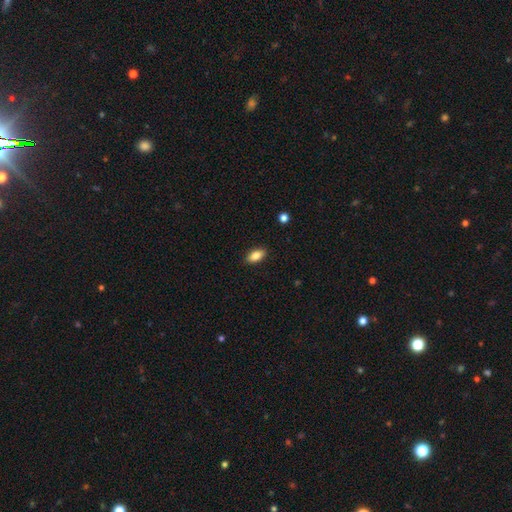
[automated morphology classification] This is clearly a smooth galaxy (85%). How rounded: clearly in between (89%). Merging: clearly none (89%).